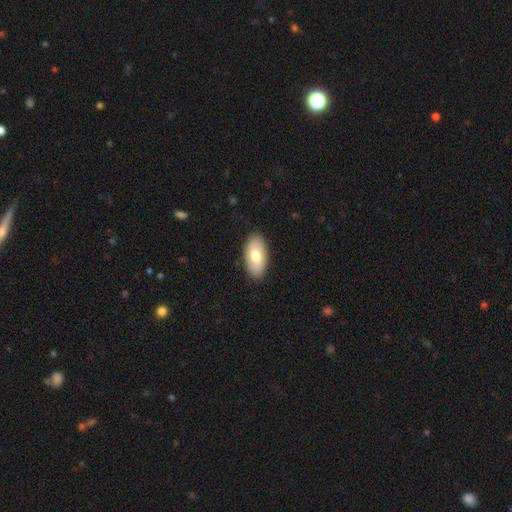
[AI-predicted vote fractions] The model was most divided on "smooth or featured": smooth: 68%, featured or disk: 27%, star or artifact: 5%. More confident: how rounded — in between (95%); merging — none (87%).